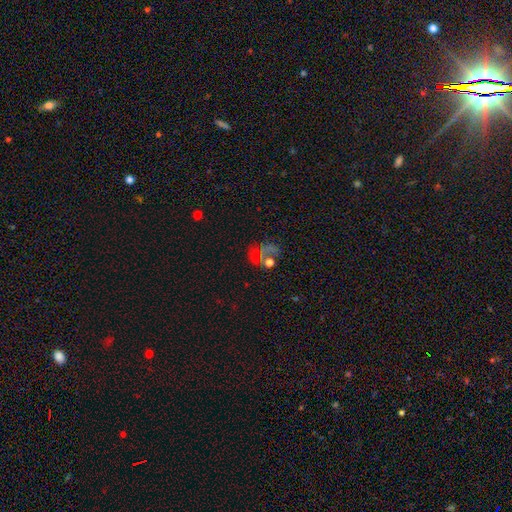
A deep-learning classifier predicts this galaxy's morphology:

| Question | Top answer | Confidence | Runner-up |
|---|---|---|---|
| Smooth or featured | star or artifact | 44% | smooth (35%) |